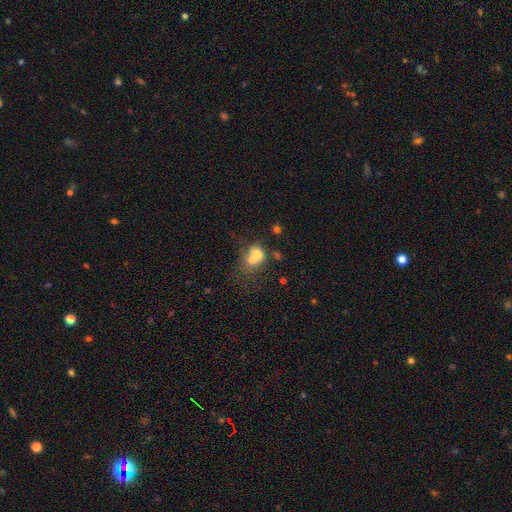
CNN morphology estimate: Smooth or featured? smooth (64%)
How rounded? round (51%)
Merging? merger (63%)